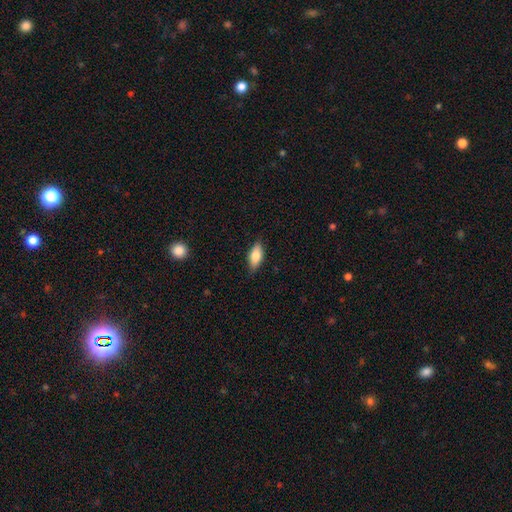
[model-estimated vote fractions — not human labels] Smooth or featured: smooth — 79% (featured or disk — 15%)
How rounded: in between — 84% (cigar-shaped — 13%)
Merging: none — 85% (minor disturbance — 12%)